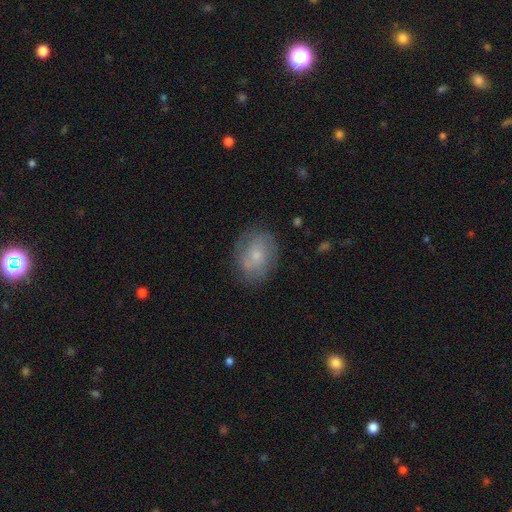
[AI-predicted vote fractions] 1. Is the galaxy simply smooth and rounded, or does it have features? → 53% smooth, 39% featured or disk, 9% star or artifact.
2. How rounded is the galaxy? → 59% in between, 39% round, 1% cigar-shaped.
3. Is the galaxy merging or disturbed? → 71% none, 19% minor disturbance, 7% major disturbance, 3% merger.